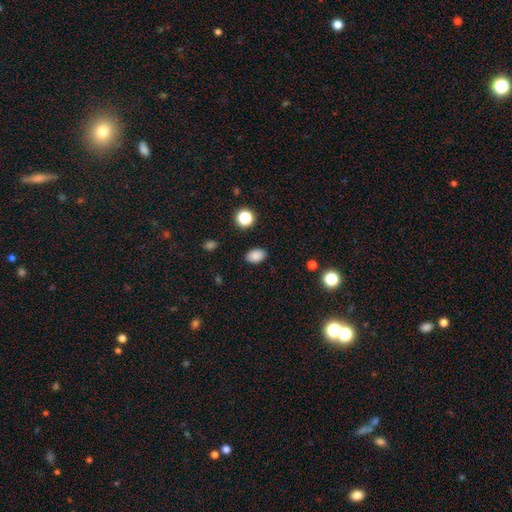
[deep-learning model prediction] smooth_or_featured: smooth (p=0.86) [alt: star or artifact p=0.11]
how_rounded: in between (p=0.84) [alt: round p=0.14]
merging: none (p=0.88) [alt: minor disturbance p=0.08]